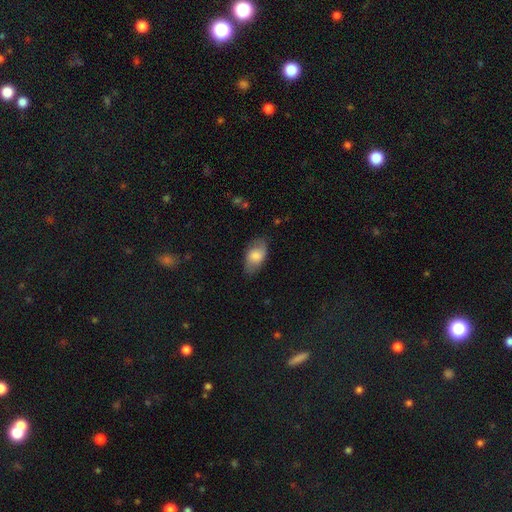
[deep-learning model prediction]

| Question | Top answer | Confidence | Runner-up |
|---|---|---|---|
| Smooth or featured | smooth | 70% | featured or disk (24%) |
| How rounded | in between | 92% | round (6%) |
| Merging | none | 75% | minor disturbance (18%) |